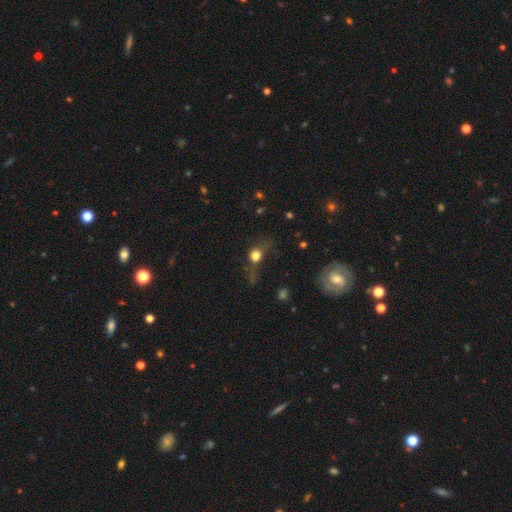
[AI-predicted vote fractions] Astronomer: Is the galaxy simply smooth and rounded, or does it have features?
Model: smooth — 69%.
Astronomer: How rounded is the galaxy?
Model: round — 70%.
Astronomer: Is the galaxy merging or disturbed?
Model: none — 38% (runner-up: major disturbance, 35%).